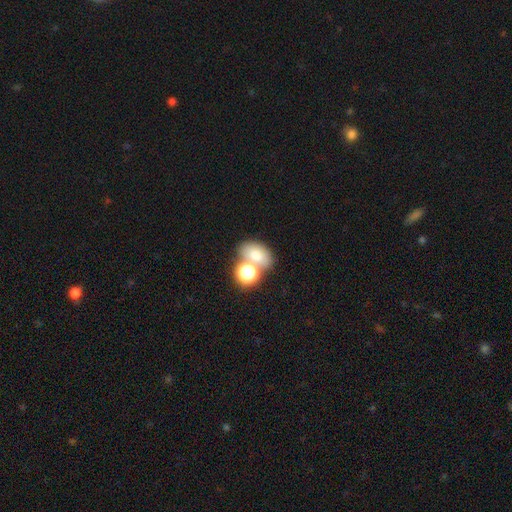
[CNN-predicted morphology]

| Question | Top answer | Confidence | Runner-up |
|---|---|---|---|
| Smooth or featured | smooth | 70% | star or artifact (15%) |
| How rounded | in between | 70% | round (29%) |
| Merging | none | 46% | merger (39%) |